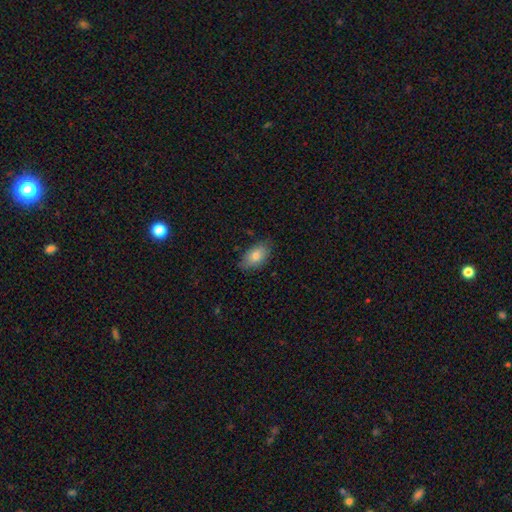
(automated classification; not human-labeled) Q: Smooth or featured?
A: smooth (77%); runner-up: featured or disk (15%)
Q: How rounded?
A: in between (91%); runner-up: round (6%)
Q: Merging?
A: none (79%); runner-up: minor disturbance (17%)